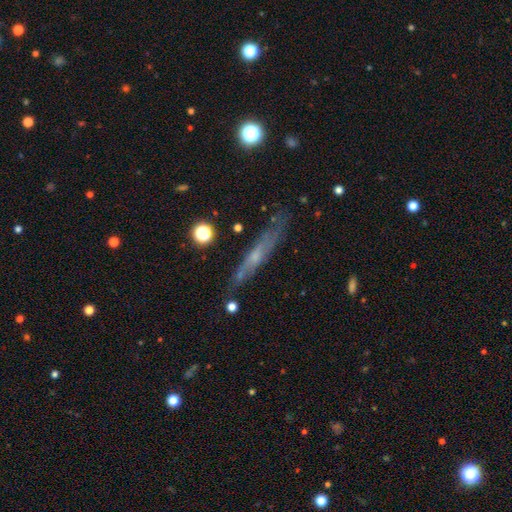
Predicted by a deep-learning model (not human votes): featured or disk 56%, smooth 34%, star or artifact 9%. Down the decision tree: edge-on disk — yes (77%); merging — none (73%).